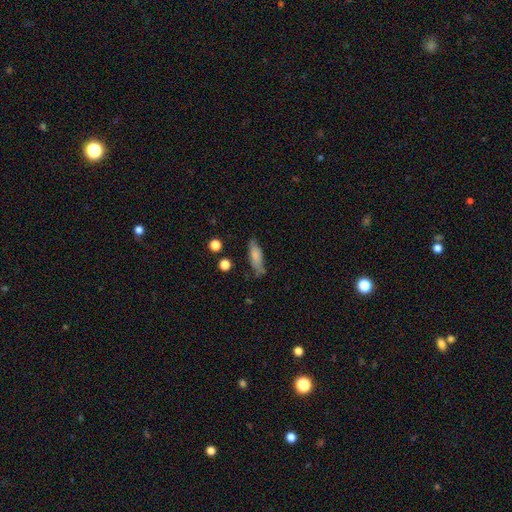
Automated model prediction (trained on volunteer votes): This is likely a smooth galaxy (76%). How rounded: possibly in between (56%). Merging: likely none (63%).